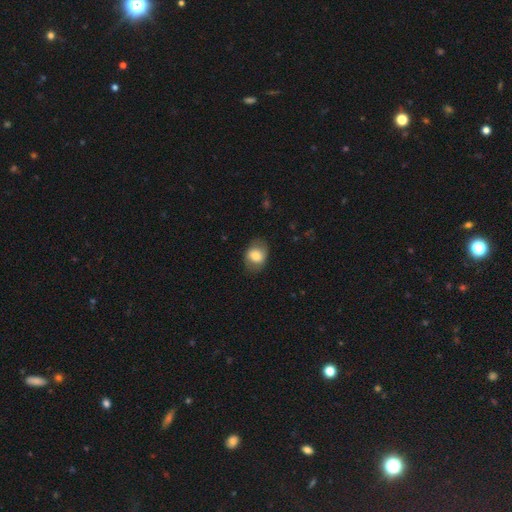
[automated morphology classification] Q: Smooth or featured?
A: smooth (75%); runner-up: featured or disk (17%)
Q: How rounded?
A: in between (60%); runner-up: round (39%)
Q: Merging?
A: none (78%); runner-up: minor disturbance (16%)